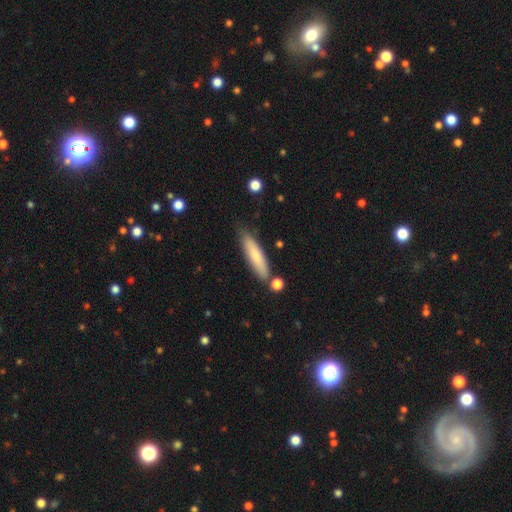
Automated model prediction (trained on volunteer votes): This appears to be a smooth galaxy with no disk features (74%) that is cigar-shaped (78%). Merging: none (75%).